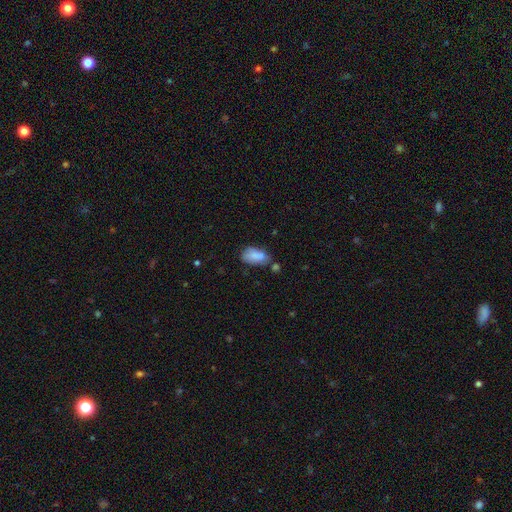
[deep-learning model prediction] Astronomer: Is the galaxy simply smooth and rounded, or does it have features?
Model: smooth — 80%.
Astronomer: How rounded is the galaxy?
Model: in between — 91%.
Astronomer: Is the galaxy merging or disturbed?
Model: none — 45% (runner-up: minor disturbance, 30%).